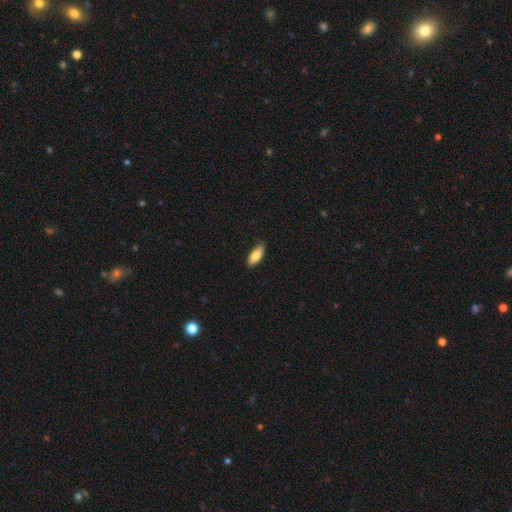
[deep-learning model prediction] Morphology: type=smooth (85%); roundness=in between (81%); merging=none (84%).